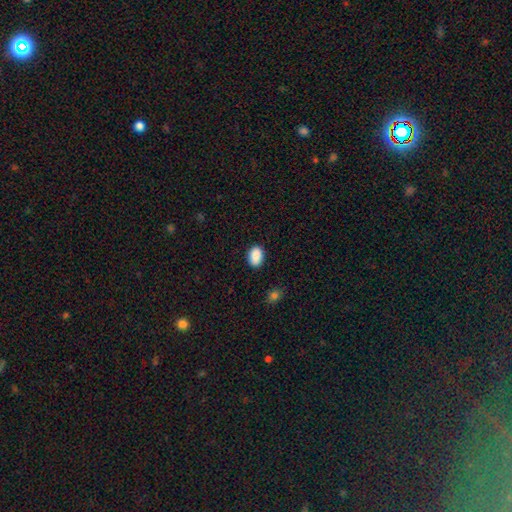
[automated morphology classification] Overall: smooth (90%). How rounded: in between (86%). Merging: none (87%).